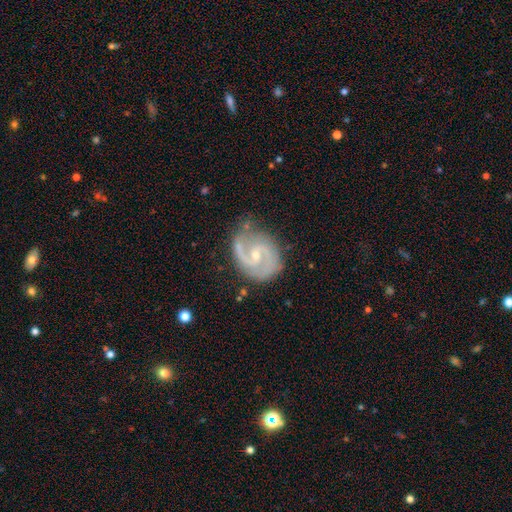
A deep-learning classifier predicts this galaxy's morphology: smooth_or_featured: featured or disk (p=0.91) [alt: star or artifact p=0.05]
disk_edge_on: no (p=0.98) [alt: yes p=0.02]
bar: weak (p=0.48) [alt: no p=0.38]
has_spiral_arms: yes (p=0.98) [alt: no p=0.02]
spiral_winding: medium (p=0.59) [alt: tight p=0.26]
spiral_arm_count: 2 (p=0.90) [alt: 3 p=0.03]
bulge_size: small (p=0.65) [alt: moderate p=0.32]
merging: none (p=0.70) [alt: minor disturbance p=0.21]